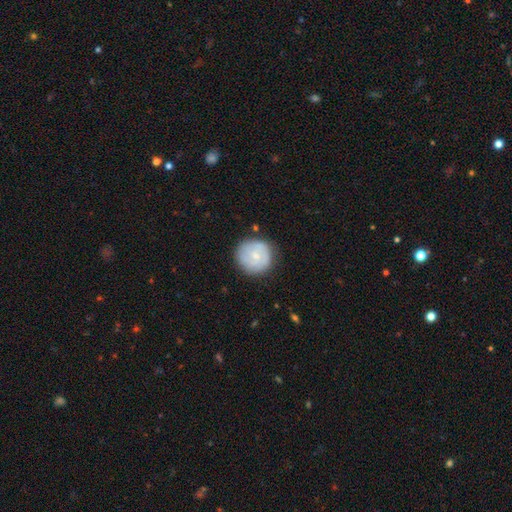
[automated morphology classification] Smooth or featured?
  - featured or disk: 49% *
  - smooth: 45%
  - star or artifact: 6%
Merging?
  - none: 81% *
  - minor disturbance: 13%
  - major disturbance: 4%
  - merger: 2%